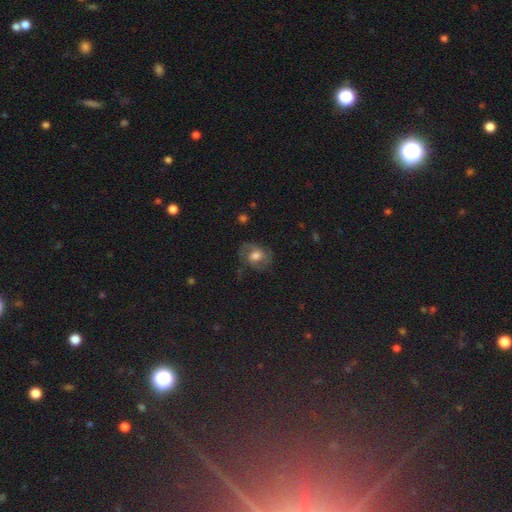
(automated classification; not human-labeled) Smooth or featured?
  - featured or disk: 45% *
  - smooth: 43%
  - star or artifact: 12%
Merging?
  - none: 62% *
  - minor disturbance: 22%
  - major disturbance: 15%
  - merger: 2%